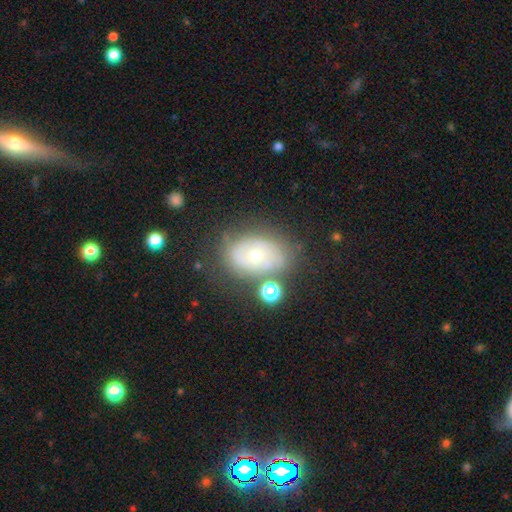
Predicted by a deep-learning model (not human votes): Morphology: type=featured or disk (61%); edge-on=no (95%); bar=no (81%); spiral arms=yes (66%); bulge=moderate (53%); merging=none (63%).